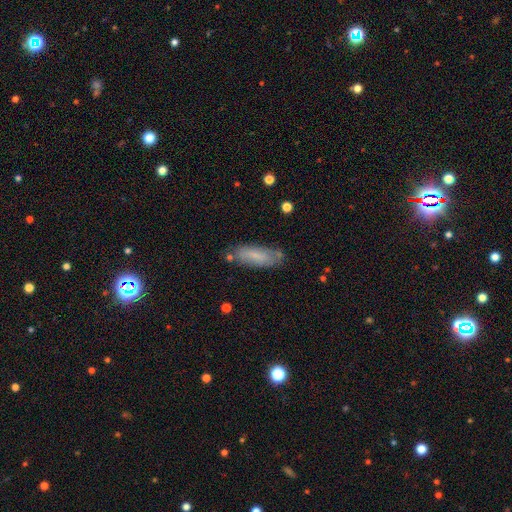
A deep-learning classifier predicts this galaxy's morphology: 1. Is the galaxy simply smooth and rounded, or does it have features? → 68% smooth, 25% featured or disk, 7% star or artifact.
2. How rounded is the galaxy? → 59% in between, 39% cigar-shaped, 2% round.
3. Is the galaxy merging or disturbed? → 70% none, 20% minor disturbance, 5% merger, 5% major disturbance.